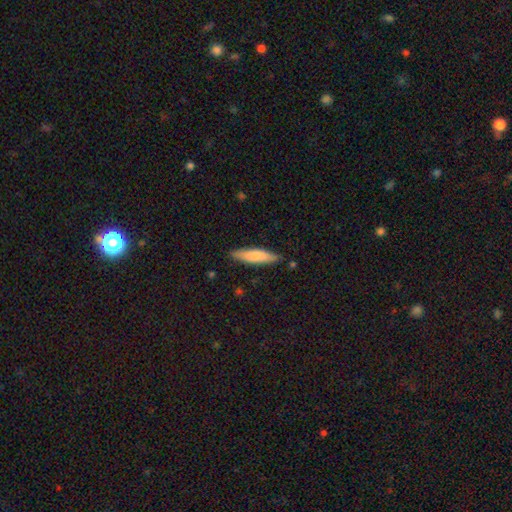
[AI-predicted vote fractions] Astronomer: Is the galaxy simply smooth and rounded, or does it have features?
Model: smooth — 77%.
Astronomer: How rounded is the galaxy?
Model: cigar-shaped — 76%.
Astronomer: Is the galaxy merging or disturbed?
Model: none — 85%.